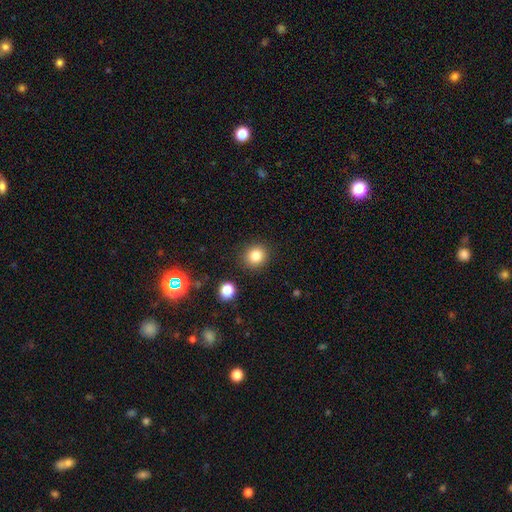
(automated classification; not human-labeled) Smooth or featured? smooth (81%)
How rounded? round (87%)
Merging? none (89%)